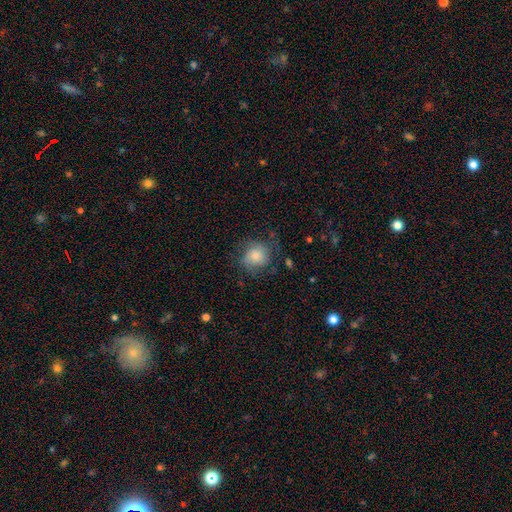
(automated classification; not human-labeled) smooth 72%, featured or disk 20%, star or artifact 8%. Down the decision tree: how rounded — round (80%); merging — none (60%).